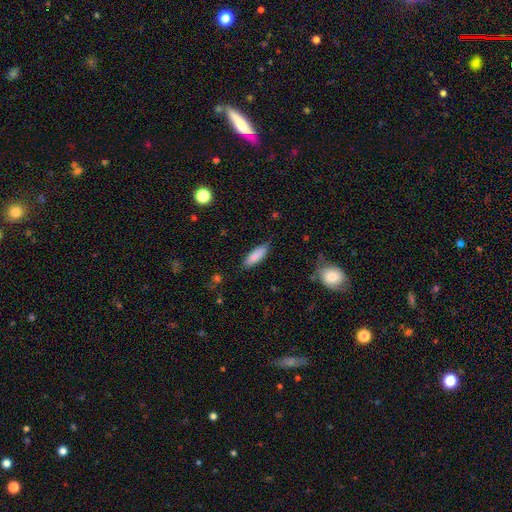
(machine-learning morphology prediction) Q: Smooth or featured?
A: smooth (85%); runner-up: featured or disk (8%)
Q: How rounded?
A: in between (53%); runner-up: cigar-shaped (45%)
Q: Merging?
A: none (82%); runner-up: minor disturbance (14%)